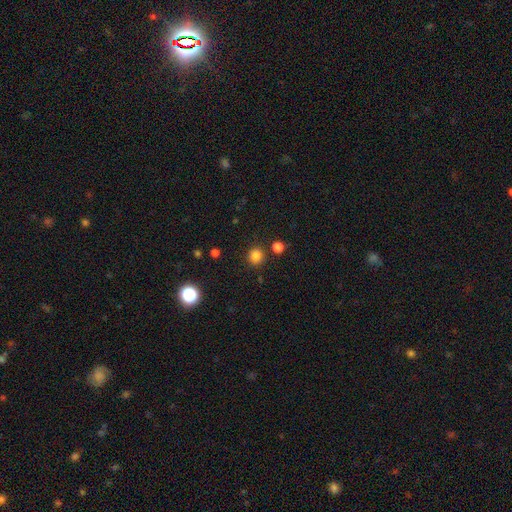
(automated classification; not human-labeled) This appears to be a smooth galaxy with no disk features (83%) that is round (90%). Merging: none (87%).